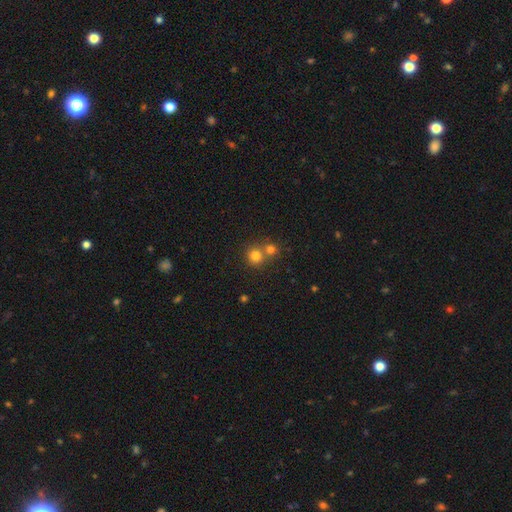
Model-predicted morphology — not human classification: Smooth or featured? smooth (78%)
How rounded? round (90%)
Merging? none (51%)